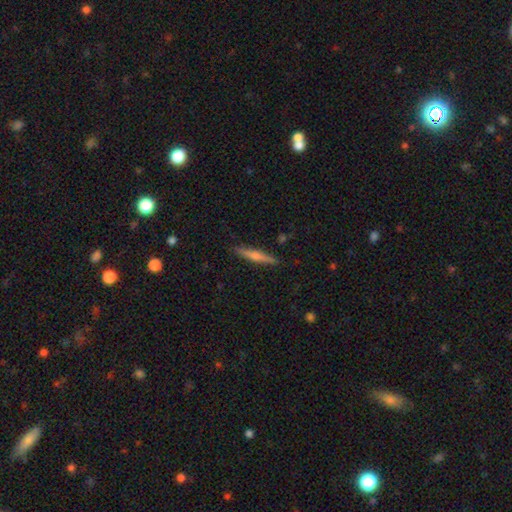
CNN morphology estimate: Smooth or featured? featured or disk (59%)
Edge-on disk? yes (97%)
Edge-on bulge? rounded (78%)
Merging? none (90%)